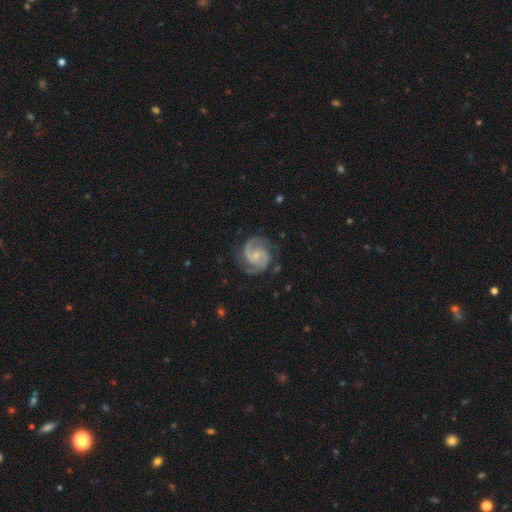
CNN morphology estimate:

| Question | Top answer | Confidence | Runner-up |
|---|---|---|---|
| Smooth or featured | featured or disk | 90% | smooth (6%) |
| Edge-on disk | no | 98% | yes (2%) |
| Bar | no | 57% | weak (36%) |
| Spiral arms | yes | 98% | no (2%) |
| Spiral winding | medium | 53% | tight (35%) |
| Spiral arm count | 2 | 86% | 3 (6%) |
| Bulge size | small | 64% | moderate (27%) |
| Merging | none | 77% | minor disturbance (16%) |